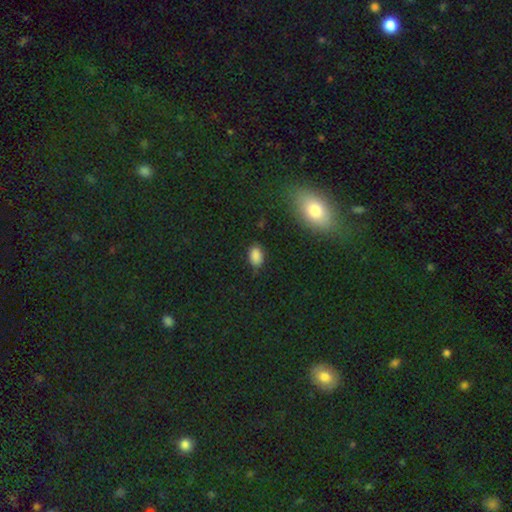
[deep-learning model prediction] This appears to be a smooth galaxy with no disk features (83%) that is in between round and cigar-shaped (86%). Merging: none (78%).